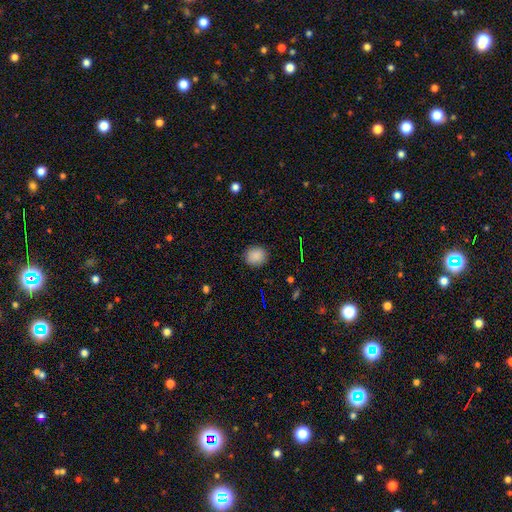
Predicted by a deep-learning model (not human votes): This is clearly a smooth galaxy (87%). How rounded: clearly round (81%). Merging: clearly none (88%).